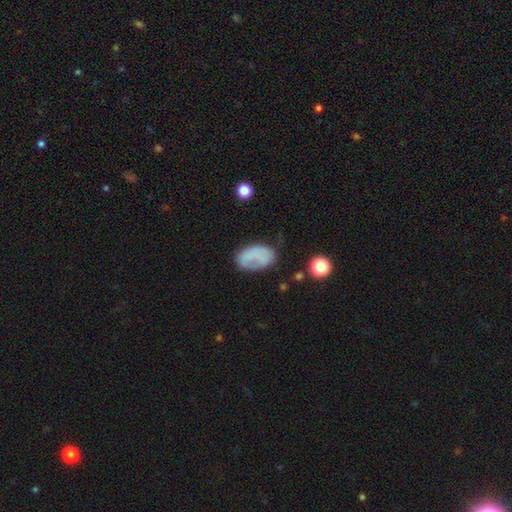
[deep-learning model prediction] smooth 69%, featured or disk 21%, star or artifact 10%. Down the decision tree: how rounded — in between (90%); merging — none (52%).